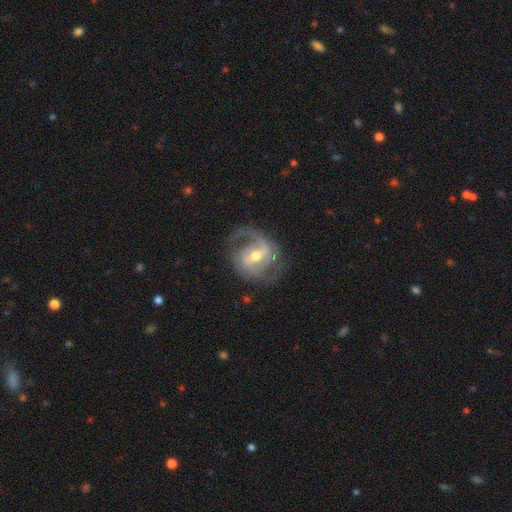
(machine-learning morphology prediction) This appears to be a featured or disk galaxy (87%) with a weak bar (49%), 2 (74%) medium (52%) spiral arms (95%) and a moderate central bulge (66%). Merging: none (69%).